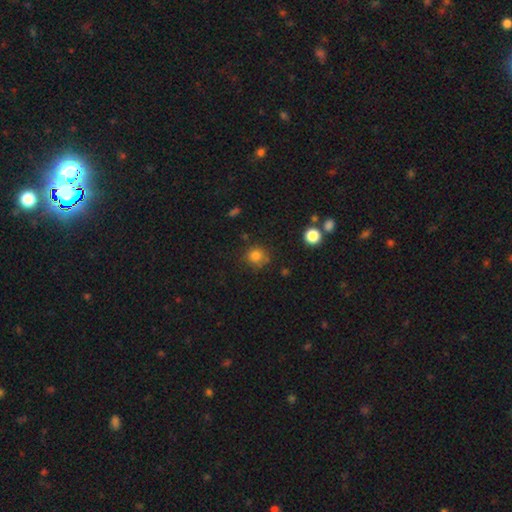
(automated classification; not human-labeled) smooth-or-featured: smooth: 81% | star or artifact: 13% | featured or disk: 6%
  how-rounded: round: 89% | in between: 10% | cigar-shaped: 1%
  merging: none: 75% | minor disturbance: 16% | major disturbance: 5% | merger: 4%